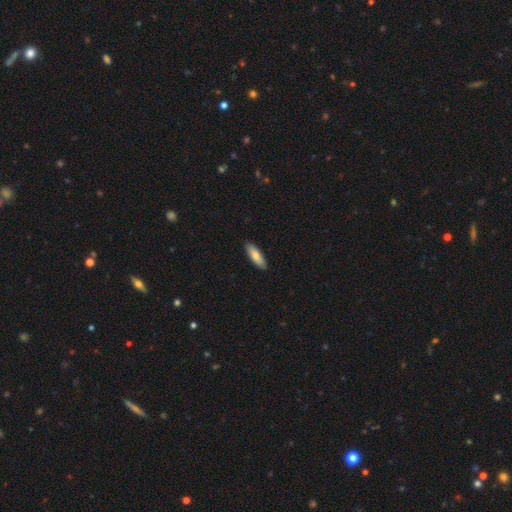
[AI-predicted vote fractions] Q: Smooth or featured?
A: smooth (78%); runner-up: featured or disk (16%)
Q: How rounded?
A: in between (54%); runner-up: cigar-shaped (44%)
Q: Merging?
A: none (90%); runner-up: minor disturbance (8%)